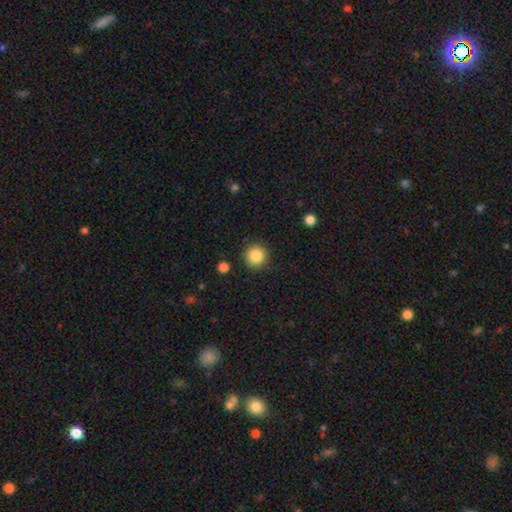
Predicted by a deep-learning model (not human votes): A smooth galaxy with no disk features (87%) that is round (94%). Merging: none (89%).